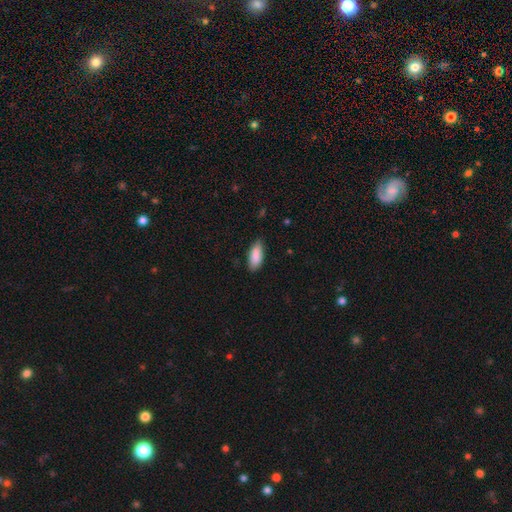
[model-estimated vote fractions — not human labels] A smooth galaxy with no disk features (89%) that is in between round and cigar-shaped (81%).

Vote fractions:
- Smooth or featured? smooth: 89% / star or artifact: 6% / featured or disk: 5%
- How rounded? in between: 81% / cigar-shaped: 17% / round: 2%
- Merging? none: 78% / minor disturbance: 18% / major disturbance: 3% / merger: 1%